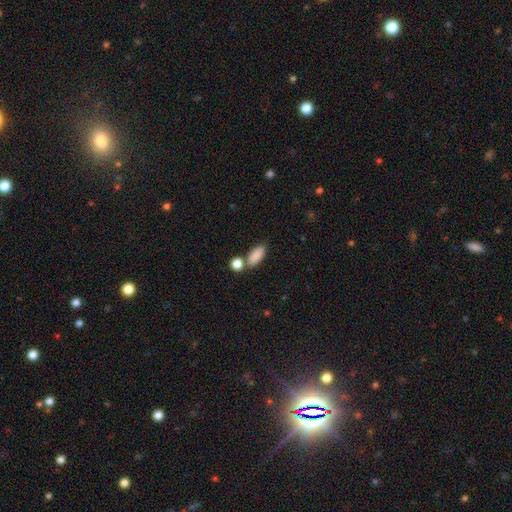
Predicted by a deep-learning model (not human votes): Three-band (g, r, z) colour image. It shows a smooth galaxy with no disk features (87%) that is in between round and cigar-shaped (82%). Merging: none (64%).